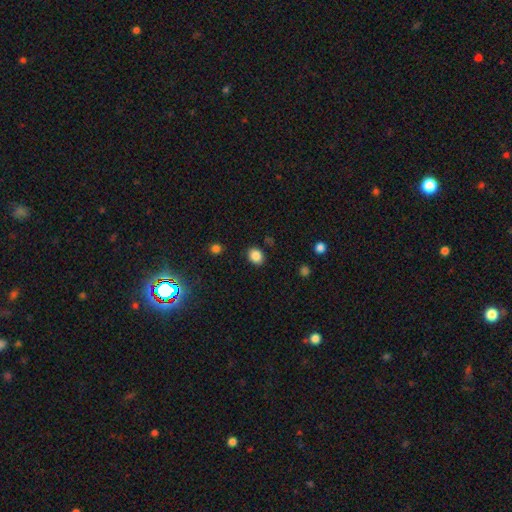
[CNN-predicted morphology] Smooth or featured? Predicted: smooth (p=0.86). How rounded? Predicted: round (p=0.55). Merging? Predicted: none (p=0.87).